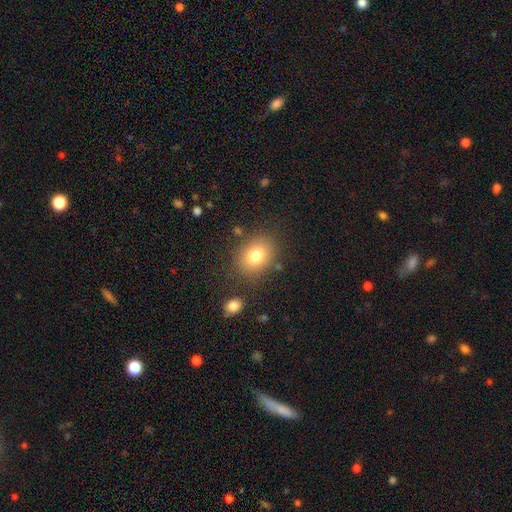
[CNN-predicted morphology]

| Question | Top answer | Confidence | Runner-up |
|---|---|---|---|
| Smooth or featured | smooth | 78% | featured or disk (11%) |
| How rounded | in between | 53% | round (46%) |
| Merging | none | 81% | minor disturbance (11%) |